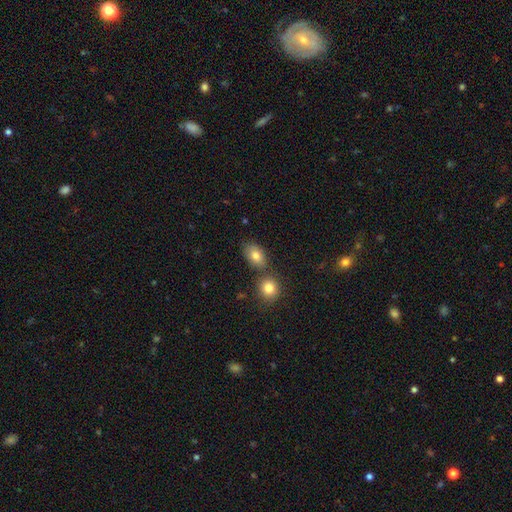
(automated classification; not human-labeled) Smooth or featured? Predicted: smooth (p=0.81). How rounded? Predicted: in between (p=0.82). Merging? Predicted: none (p=0.65).